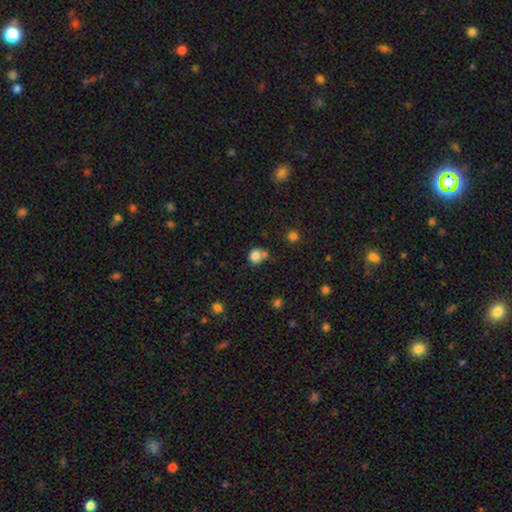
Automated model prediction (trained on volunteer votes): Smooth or featured? Predicted: smooth (p=0.81). How rounded? Predicted: round (p=0.80). Merging? Predicted: none (p=0.49).